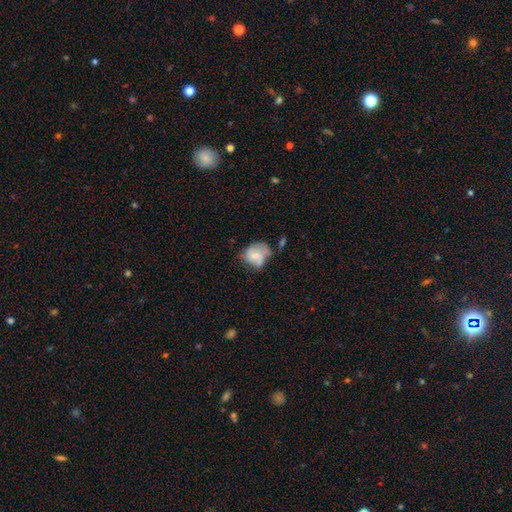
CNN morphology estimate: Smooth or featured: smooth — 59% (featured or disk — 33%)
How rounded: round — 55% (in between — 44%)
Merging: none — 33% (minor disturbance — 32%)